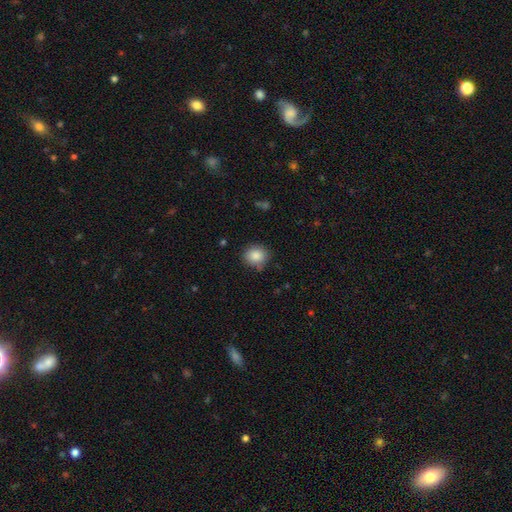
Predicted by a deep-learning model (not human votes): Q: Smooth or featured?
A: smooth (86%); runner-up: star or artifact (9%)
Q: How rounded?
A: round (80%); runner-up: in between (19%)
Q: Merging?
A: none (78%); runner-up: minor disturbance (16%)